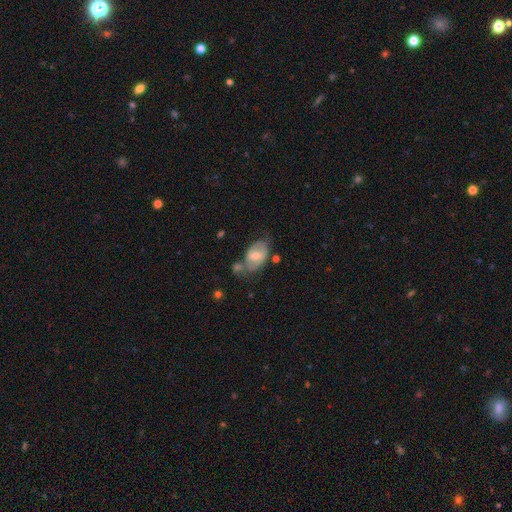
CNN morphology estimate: The model was most divided on "smooth or featured": smooth: 48%, featured or disk: 46%, star or artifact: 7%. Remaining: merging — none (43%).